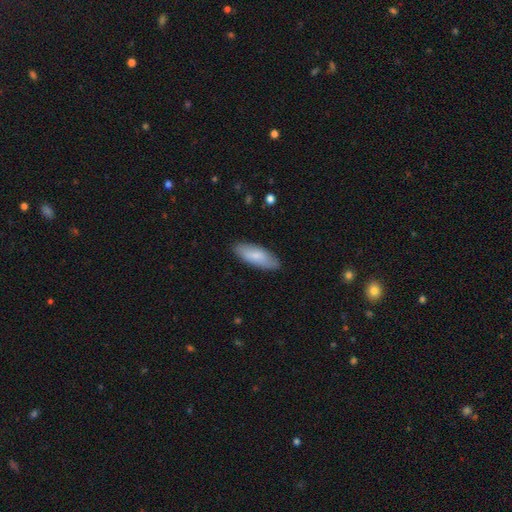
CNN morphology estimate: Q: Smooth or featured?
A: smooth (79%); runner-up: featured or disk (15%)
Q: How rounded?
A: in between (71%); runner-up: cigar-shaped (28%)
Q: Merging?
A: none (87%); runner-up: minor disturbance (10%)